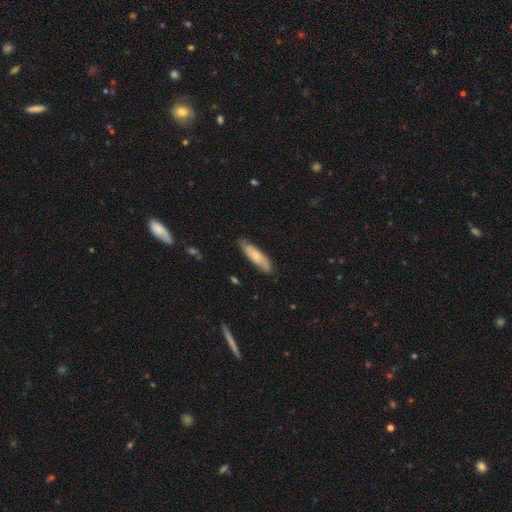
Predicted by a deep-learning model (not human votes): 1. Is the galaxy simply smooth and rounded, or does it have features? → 63% smooth, 31% featured or disk, 6% star or artifact.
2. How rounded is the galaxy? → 62% cigar-shaped, 36% in between, 2% round.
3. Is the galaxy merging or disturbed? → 80% none, 16% minor disturbance, 3% major disturbance, 1% merger.